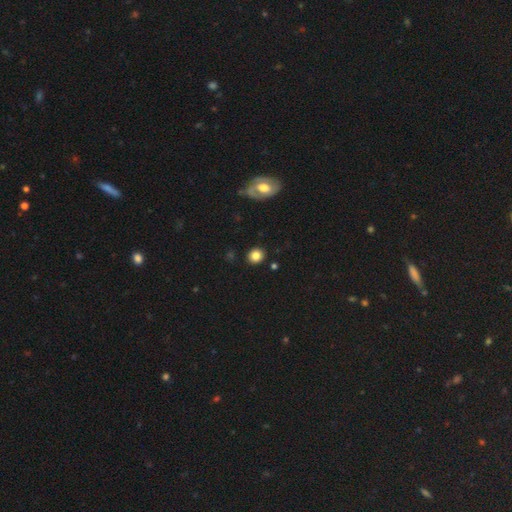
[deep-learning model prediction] smooth_or_featured: smooth (p=0.83) [alt: star or artifact p=0.10]
how_rounded: round (p=0.84) [alt: in between p=0.15]
merging: none (p=0.90) [alt: minor disturbance p=0.06]